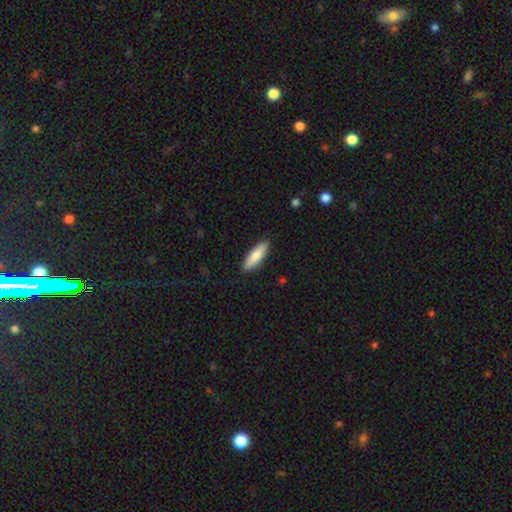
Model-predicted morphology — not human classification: Overall: smooth (79%). How rounded: cigar-shaped (56%; in between 42%). Merging: none (90%).